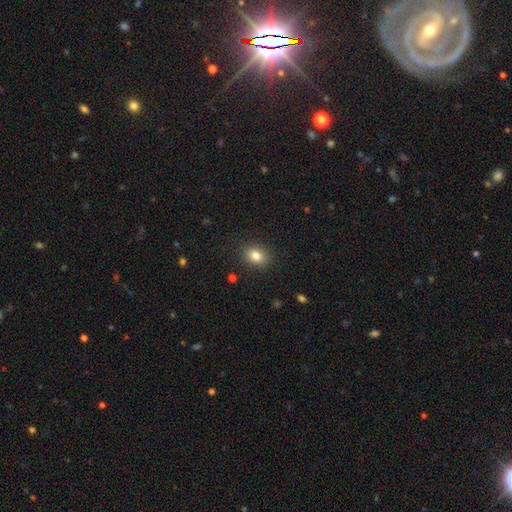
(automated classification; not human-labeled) A smooth galaxy with no disk features (83%) that is in between round and cigar-shaped (60%).

Vote fractions:
- Smooth or featured? smooth: 83% / star or artifact: 10% / featured or disk: 7%
- How rounded? in between: 60% / round: 39% / cigar-shaped: 1%
- Merging? none: 88% / minor disturbance: 8% / major disturbance: 2% / merger: 1%